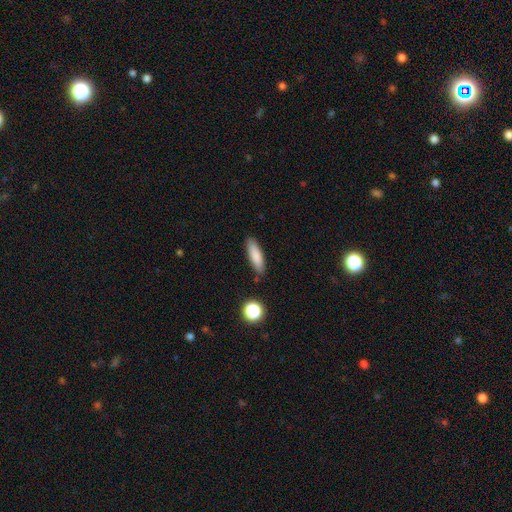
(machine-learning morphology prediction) A smooth galaxy with no disk features (83%) that is cigar-shaped (61%). Merging: none (85%).